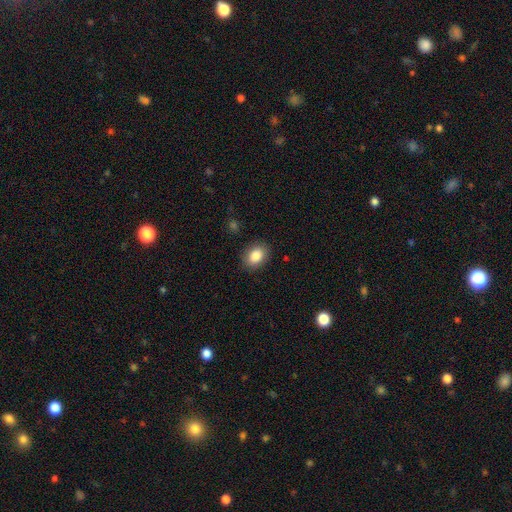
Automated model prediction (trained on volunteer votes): Smooth or featured: smooth — 86% (star or artifact — 8%)
How rounded: in between — 71% (round — 28%)
Merging: none — 86% (minor disturbance — 10%)